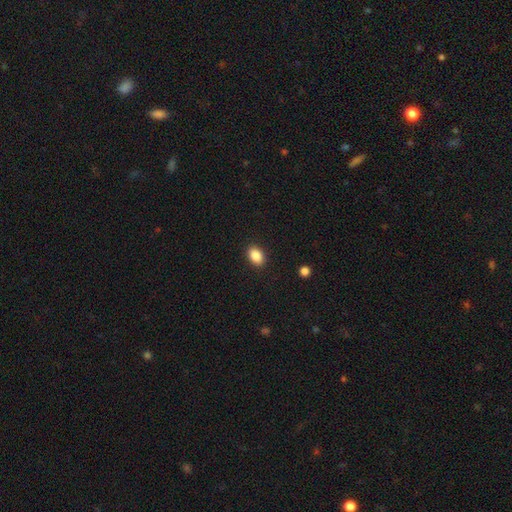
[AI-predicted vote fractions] Q: Smooth or featured?
A: smooth (87%); runner-up: star or artifact (9%)
Q: How rounded?
A: in between (82%); runner-up: round (17%)
Q: Merging?
A: none (90%); runner-up: minor disturbance (7%)